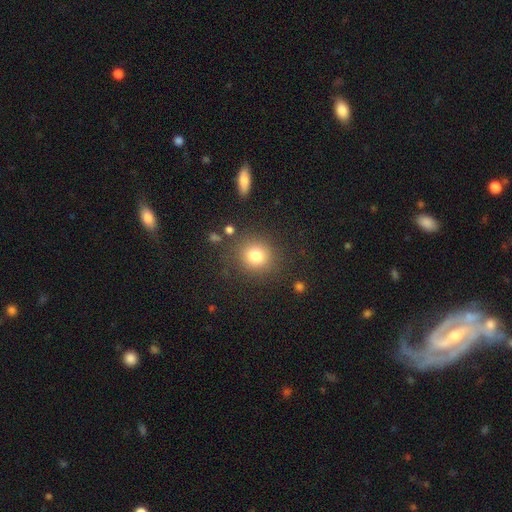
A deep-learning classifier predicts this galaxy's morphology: A smooth galaxy with no disk features (79%) that is round (89%). Merging: none (84%).